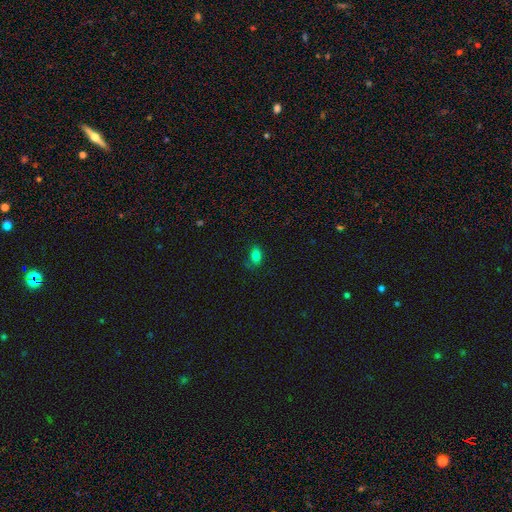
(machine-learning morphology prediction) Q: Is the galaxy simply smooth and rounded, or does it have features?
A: smooth — 81%.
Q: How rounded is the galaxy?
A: in between — 83%.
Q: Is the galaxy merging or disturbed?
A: none — 68%.